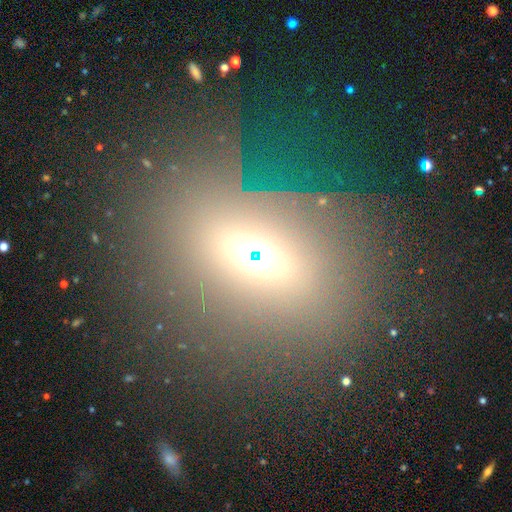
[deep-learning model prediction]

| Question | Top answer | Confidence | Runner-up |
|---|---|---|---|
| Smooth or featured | smooth | 53% | star or artifact (28%) |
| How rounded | in between | 65% | round (30%) |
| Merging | none | 68% | minor disturbance (12%) |